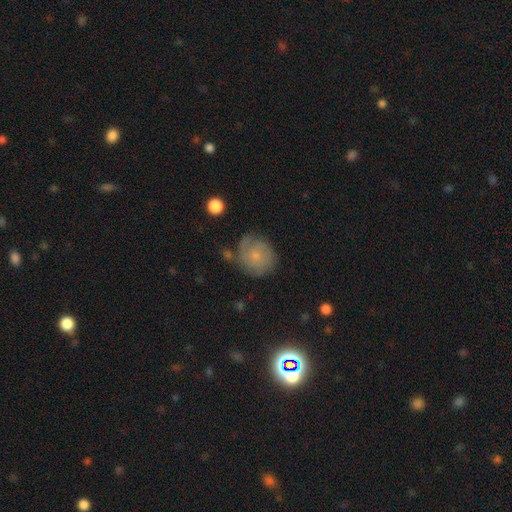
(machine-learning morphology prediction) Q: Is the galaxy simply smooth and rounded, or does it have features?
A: featured or disk — 48%.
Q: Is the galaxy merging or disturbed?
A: none — 62%.